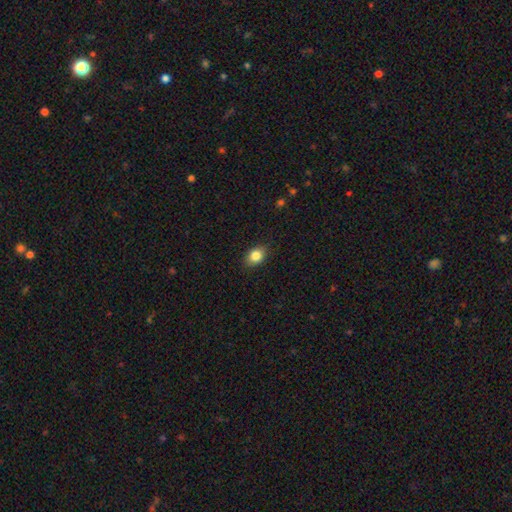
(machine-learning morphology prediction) smooth 84%, star or artifact 9%, featured or disk 7%. Down the decision tree: how rounded — in between (72%); merging — none (87%).